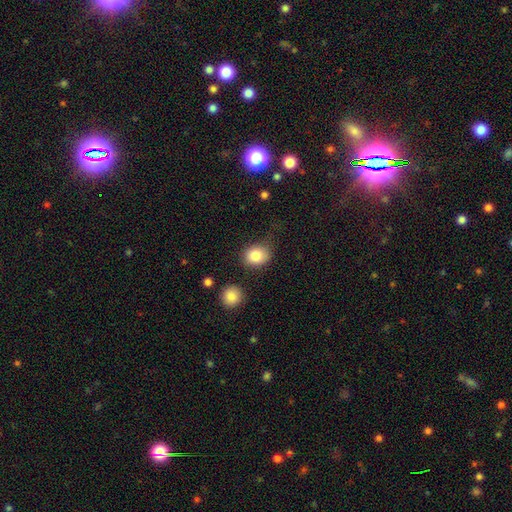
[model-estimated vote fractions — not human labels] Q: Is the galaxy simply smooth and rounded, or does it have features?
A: smooth — 84%.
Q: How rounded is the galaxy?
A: round — 60%.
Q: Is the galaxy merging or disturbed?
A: none — 70%.